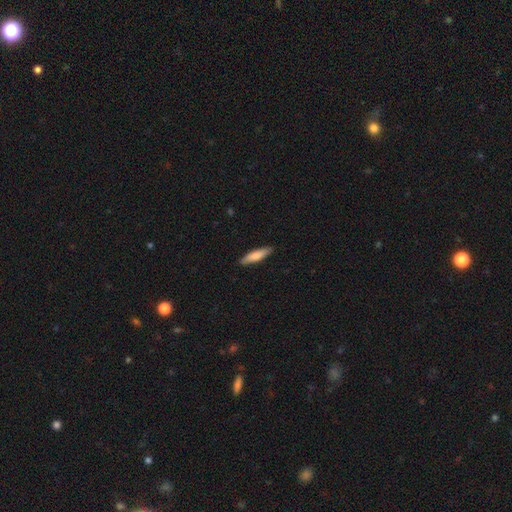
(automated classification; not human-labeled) Overall: smooth (78%). How rounded: cigar-shaped (77%). Merging: none (89%).